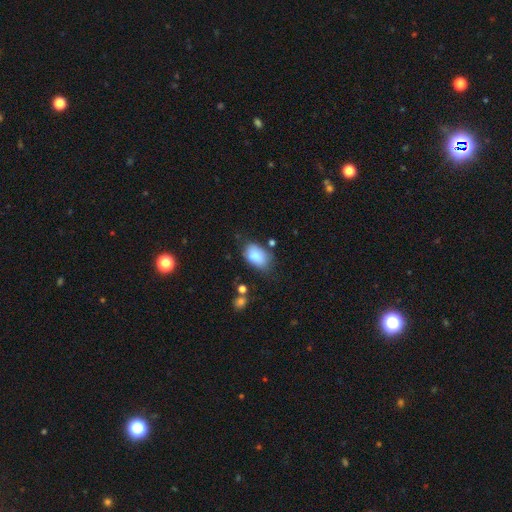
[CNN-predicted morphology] The model was most divided on "merging": none: 59%, minor disturbance: 27%, major disturbance: 8%, merger: 6%. More confident: how rounded — in between (90%); smooth or featured — smooth (83%).